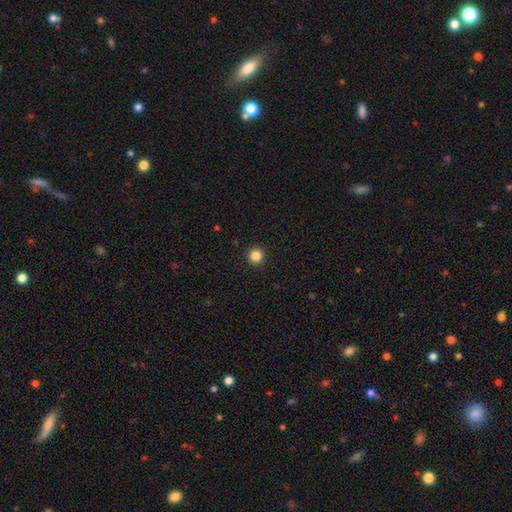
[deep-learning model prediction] Smooth or featured? Predicted: smooth (p=0.85). How rounded? Predicted: round (p=0.95). Merging? Predicted: none (p=0.94).